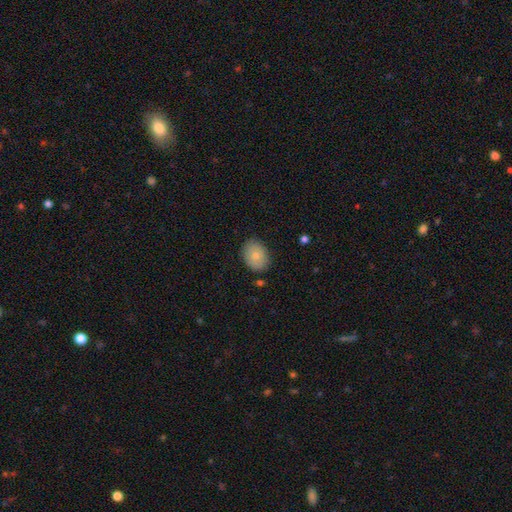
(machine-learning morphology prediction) Smooth or featured? Predicted: smooth (p=0.78). How rounded? Predicted: in between (p=0.67). Merging? Predicted: none (p=0.83).